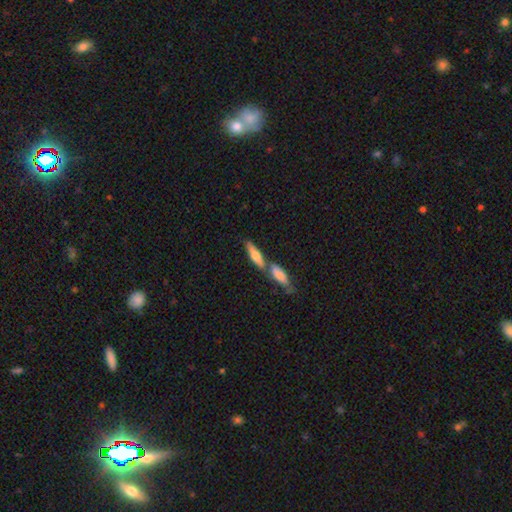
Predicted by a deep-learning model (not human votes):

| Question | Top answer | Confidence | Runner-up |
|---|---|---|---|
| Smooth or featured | smooth | 56% | featured or disk (38%) |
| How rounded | cigar-shaped | 64% | in between (34%) |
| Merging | none | 50% | merger (37%) |